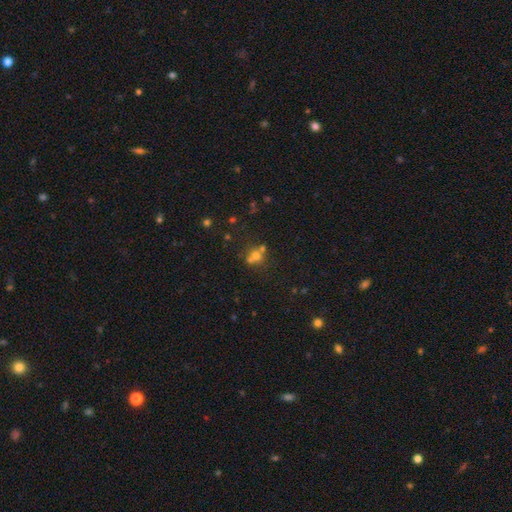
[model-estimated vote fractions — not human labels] This is possibly a smooth galaxy (58%). How rounded: clearly round (81%). Merging: possibly none (48%).